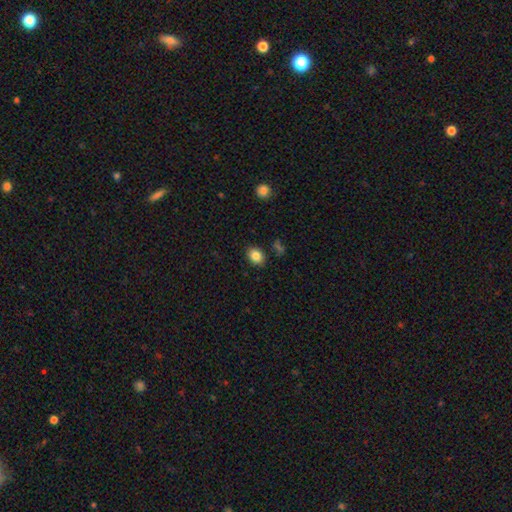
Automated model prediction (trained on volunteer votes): This is clearly a smooth galaxy (85%). How rounded: likely in between (65%). Merging: clearly none (85%).